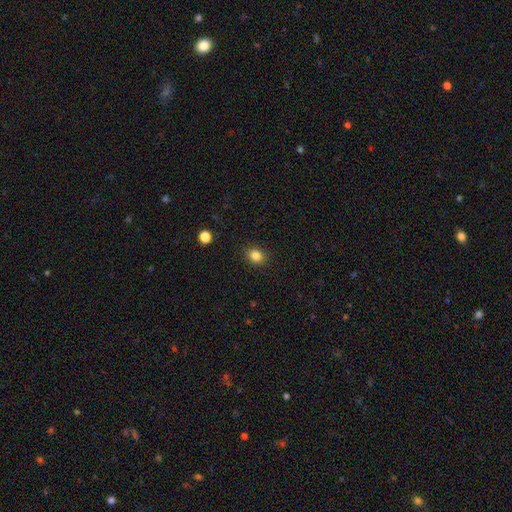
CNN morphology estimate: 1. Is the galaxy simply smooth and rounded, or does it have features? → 84% smooth, 12% star or artifact, 5% featured or disk.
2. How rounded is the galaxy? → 64% round, 35% in between, 1% cigar-shaped.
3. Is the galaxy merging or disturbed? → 88% none, 8% minor disturbance, 2% major disturbance, 1% merger.